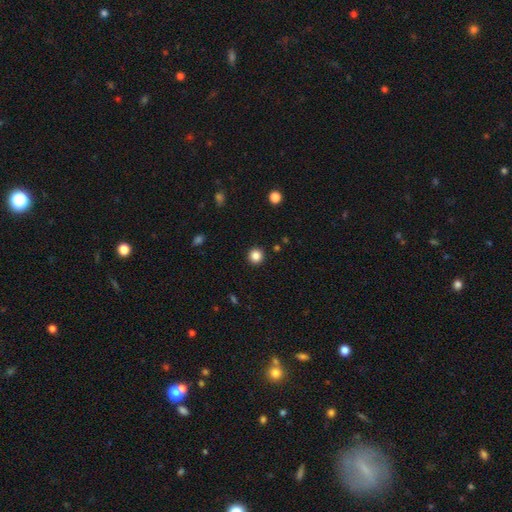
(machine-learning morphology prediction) Smooth or featured?
  - smooth: 85% *
  - star or artifact: 11%
  - featured or disk: 4%
How rounded?
  - round: 95% *
  - in between: 4%
  - cigar-shaped: 1%
Merging?
  - none: 93% *
  - minor disturbance: 4%
  - major disturbance: 2%
  - merger: 1%